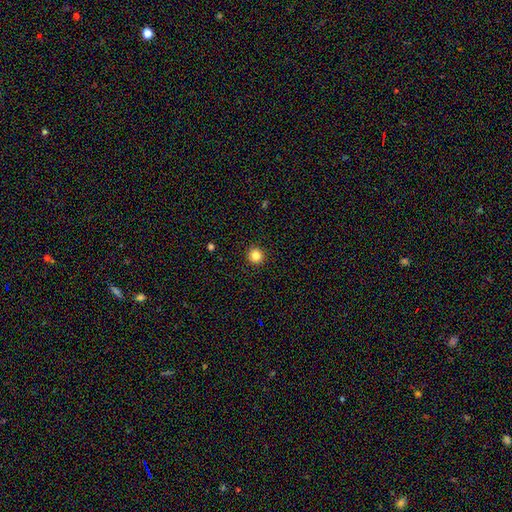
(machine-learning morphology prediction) Smooth or featured: smooth — 83% (star or artifact — 12%)
How rounded: round — 95% (in between — 4%)
Merging: none — 93% (minor disturbance — 4%)